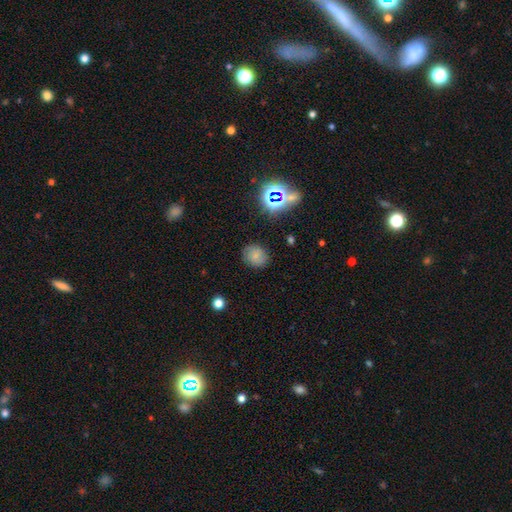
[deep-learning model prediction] Morphology: type=smooth (66%); roundness=round (66%); merging=none (81%).